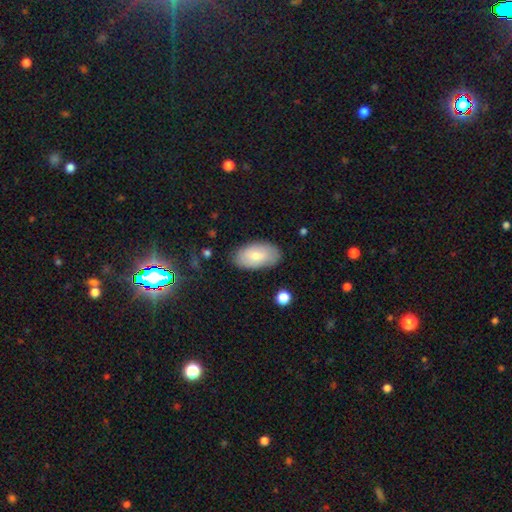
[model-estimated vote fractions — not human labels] A smooth galaxy with no disk features (75%) that is in between round and cigar-shaped (95%). Merging: none (82%).